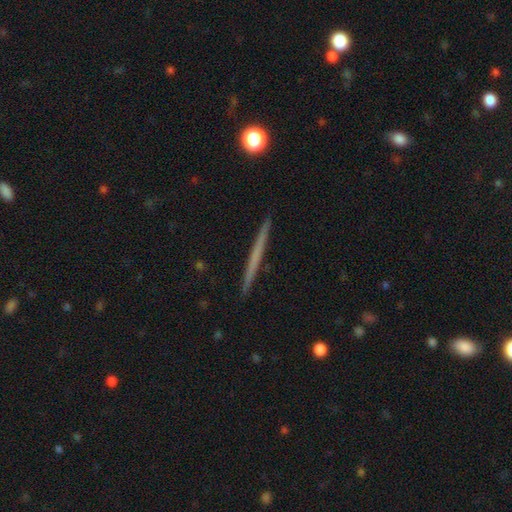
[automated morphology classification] A featured or disk galaxy (51%) viewed edge-on (98%) with no central bulge (93%). Merging: none (93%).